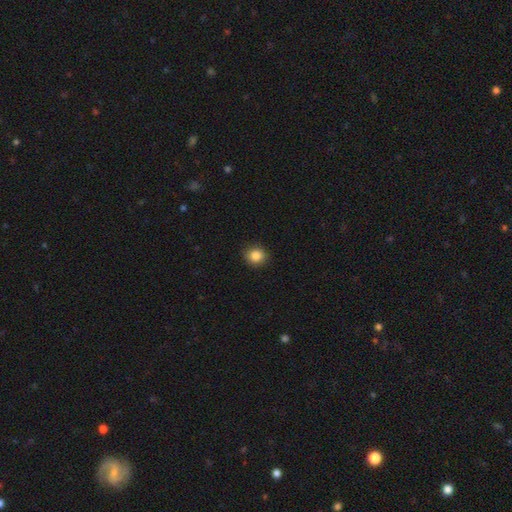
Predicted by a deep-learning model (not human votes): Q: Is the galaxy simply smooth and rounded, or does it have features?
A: smooth — 86%.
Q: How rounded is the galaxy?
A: round — 85%.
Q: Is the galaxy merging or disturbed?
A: none — 89%.